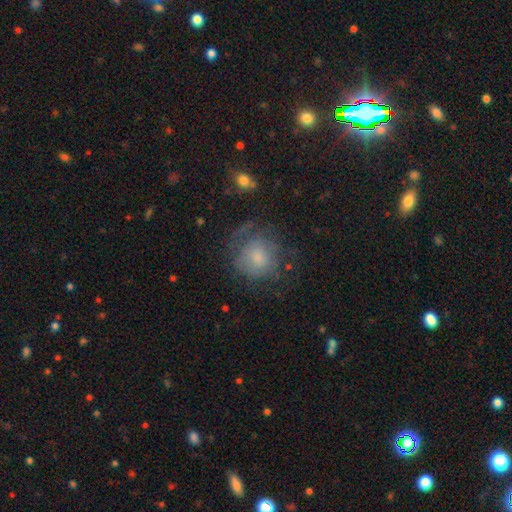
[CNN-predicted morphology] smooth_or_featured: smooth (p=0.59) [alt: featured or disk p=0.29]
how_rounded: round (p=0.81) [alt: in between p=0.18]
merging: none (p=0.55) [alt: minor disturbance p=0.23]